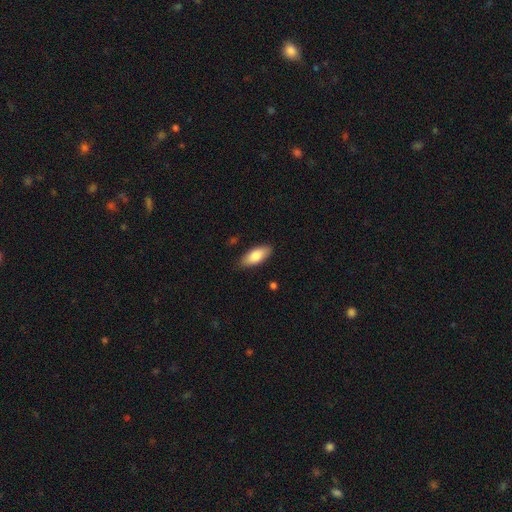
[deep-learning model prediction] This appears to be a smooth galaxy with no disk features (82%) that is in between round and cigar-shaped (84%). Merging: none (85%).